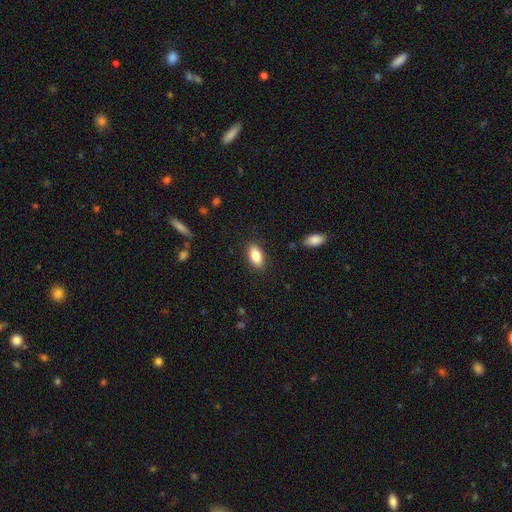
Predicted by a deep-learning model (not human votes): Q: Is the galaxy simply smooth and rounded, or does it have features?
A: smooth — 82%.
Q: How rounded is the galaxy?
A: in between — 87%.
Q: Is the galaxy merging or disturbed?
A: none — 87%.